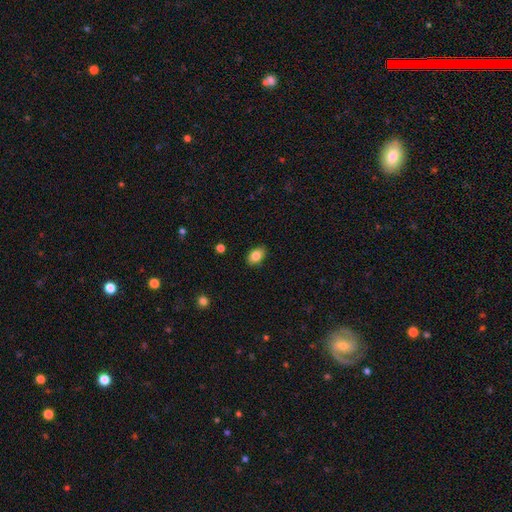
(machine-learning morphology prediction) Smooth or featured? Predicted: smooth (p=0.83). How rounded? Predicted: in between (p=0.85). Merging? Predicted: none (p=0.86).